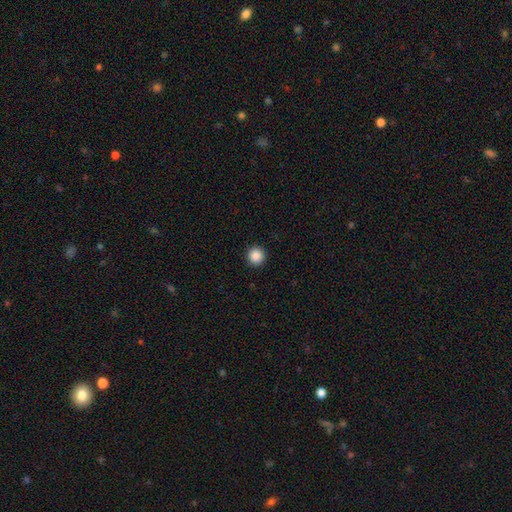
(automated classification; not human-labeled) This appears to be a smooth galaxy with no disk features (88%) that is round (96%). Merging: none (93%).